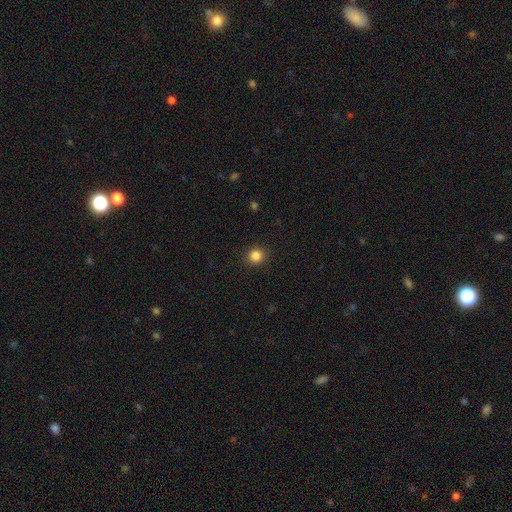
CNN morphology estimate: Overall: smooth (85%). How rounded: round (91%). Merging: none (91%).